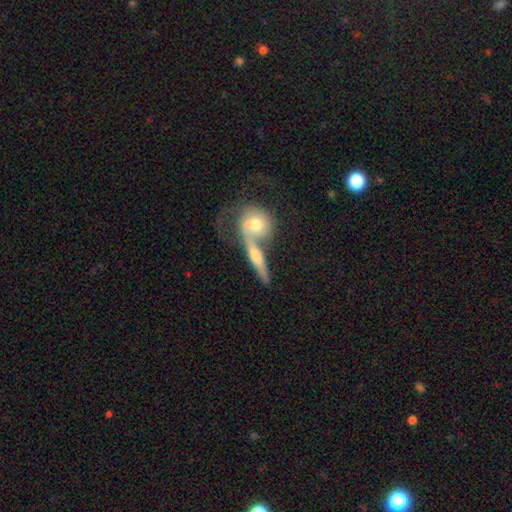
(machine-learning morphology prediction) This is possibly a featured or disk galaxy (51%). It is likely viewed edge-on (63%). Merging: possibly merger (59%).